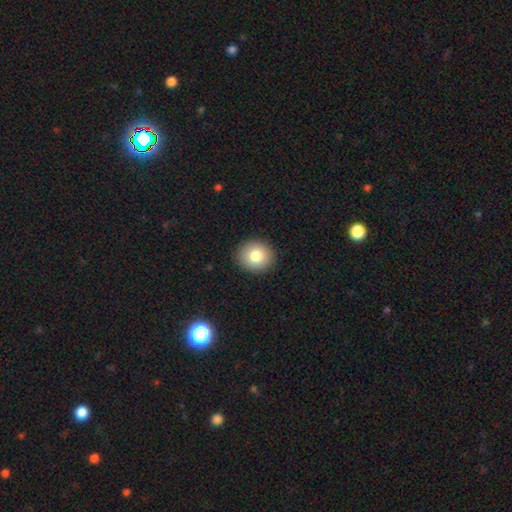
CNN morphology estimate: Smooth or featured? Predicted: smooth (p=0.82). How rounded? Predicted: round (p=0.85). Merging? Predicted: none (p=0.92).